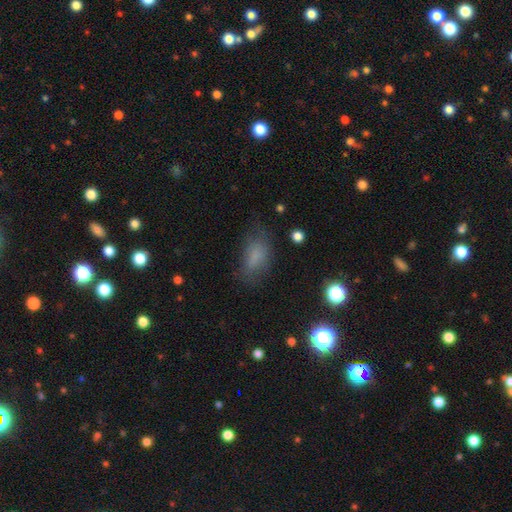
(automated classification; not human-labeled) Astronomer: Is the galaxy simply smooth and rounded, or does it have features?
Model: smooth — 73%.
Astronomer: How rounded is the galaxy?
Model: in between — 86%.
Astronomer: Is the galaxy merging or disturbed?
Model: none — 62%.